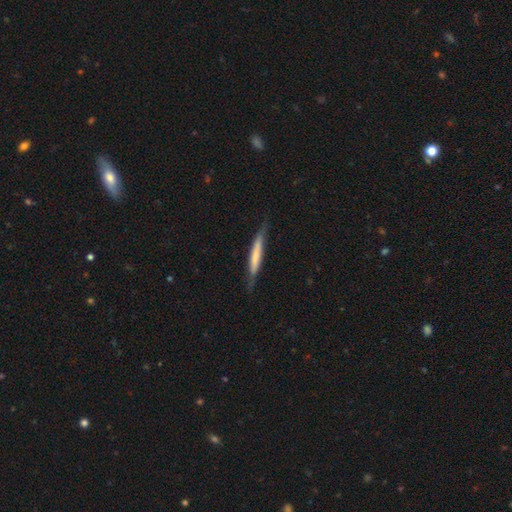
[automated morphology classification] smooth-or-featured: smooth: 59% | featured or disk: 36% | star or artifact: 5%
  how-rounded: cigar-shaped: 94% | in between: 5% | round: 1%
  merging: none: 77% | minor disturbance: 18% | major disturbance: 4% | merger: 1%